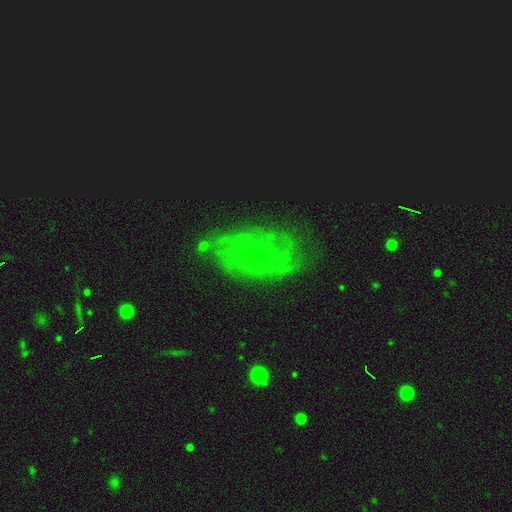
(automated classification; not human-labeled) smooth-or-featured: featured or disk: 44% | smooth: 34% | star or artifact: 22%
  merging: none: 73% | minor disturbance: 18% | major disturbance: 7% | merger: 2%